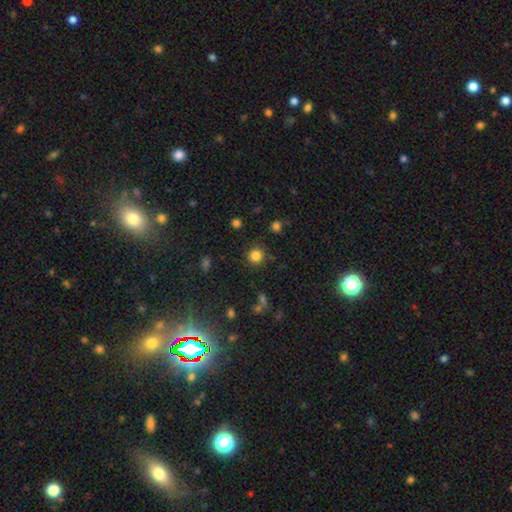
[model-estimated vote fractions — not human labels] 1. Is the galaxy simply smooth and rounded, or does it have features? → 82% smooth, 13% star or artifact, 5% featured or disk.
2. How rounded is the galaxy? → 93% round, 6% in between, 1% cigar-shaped.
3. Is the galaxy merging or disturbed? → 88% none, 7% minor disturbance, 3% major disturbance, 2% merger.